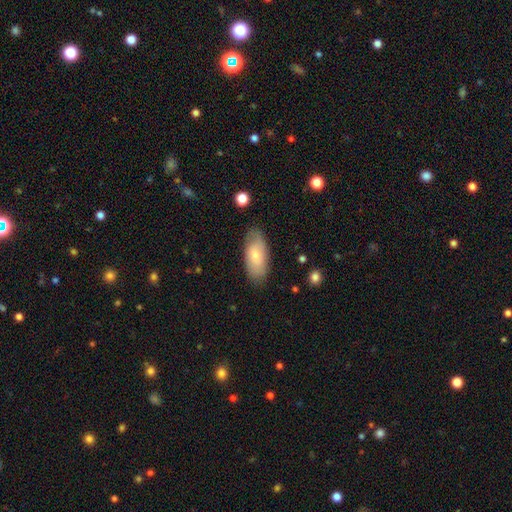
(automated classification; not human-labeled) The model was most divided on "smooth or featured": smooth: 68%, featured or disk: 25%, star or artifact: 6%. More confident: how rounded — in between (90%); merging — none (79%).